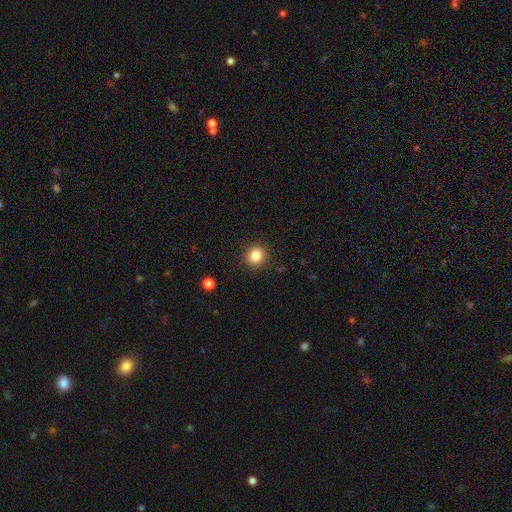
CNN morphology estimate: type=smooth (84%); roundness=round (91%); merging=none (91%).